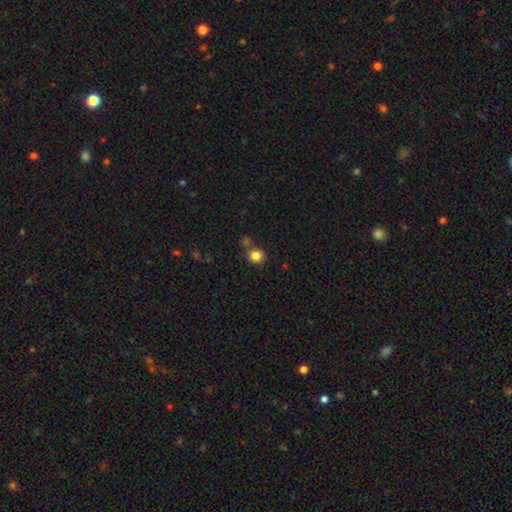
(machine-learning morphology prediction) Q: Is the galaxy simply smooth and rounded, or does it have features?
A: smooth — 84%.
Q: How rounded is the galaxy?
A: round — 87%.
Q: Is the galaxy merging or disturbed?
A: none — 72%.